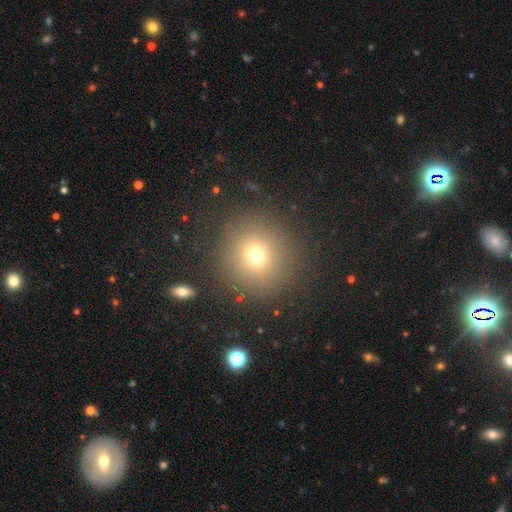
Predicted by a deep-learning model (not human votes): Smooth or featured: smooth — 69% (star or artifact — 19%)
How rounded: round — 92% (in between — 7%)
Merging: none — 87% (minor disturbance — 7%)